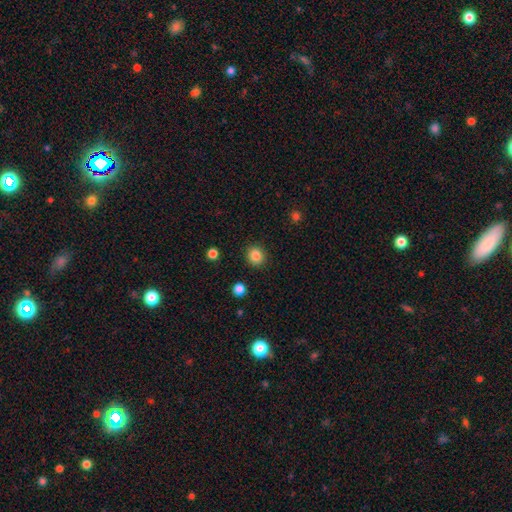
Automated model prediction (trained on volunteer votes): This appears to be a smooth galaxy with no disk features (85%) that is round (83%). Merging: none (90%).